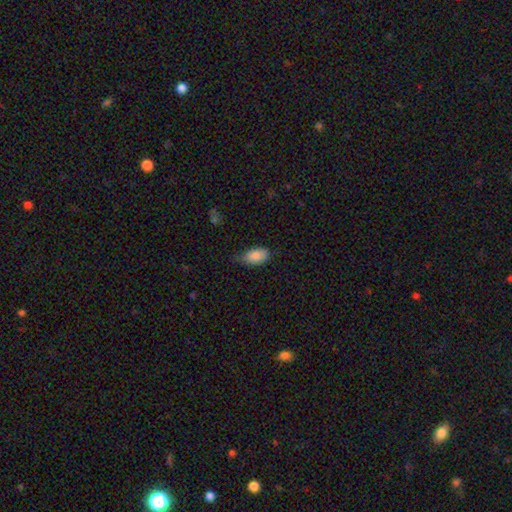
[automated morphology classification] Smooth or featured?
  - smooth: 87% *
  - star or artifact: 7%
  - featured or disk: 6%
How rounded?
  - in between: 93% *
  - round: 4%
  - cigar-shaped: 3%
Merging?
  - none: 56% *
  - minor disturbance: 36%
  - major disturbance: 7%
  - merger: 1%